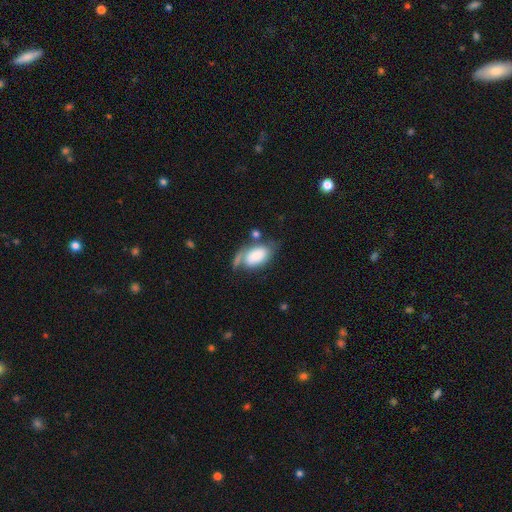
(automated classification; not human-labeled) This appears to be a smooth galaxy with no disk features (72%) that is in between round and cigar-shaped (93%). Merging: none (41%).